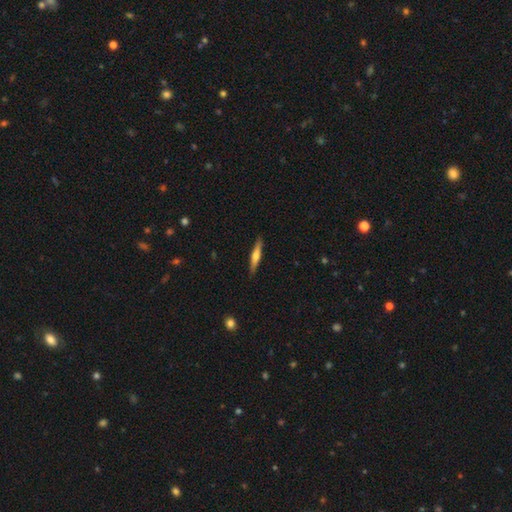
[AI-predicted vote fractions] Overall: smooth (48%; featured or disk 47%). Merging: none (90%).